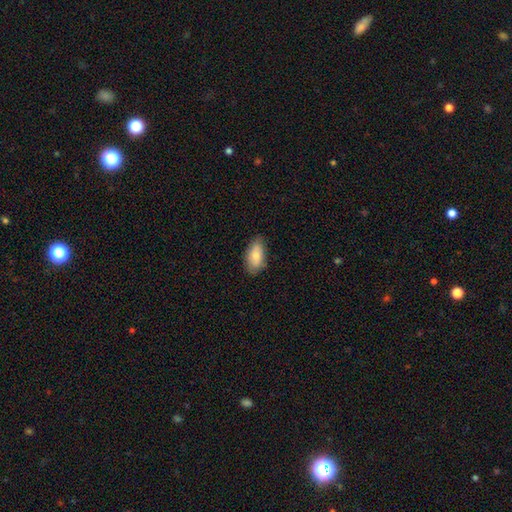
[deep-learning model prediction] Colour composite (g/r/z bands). It shows a smooth galaxy with no disk features (78%) that is in between round and cigar-shaped (92%). Merging: none (78%).